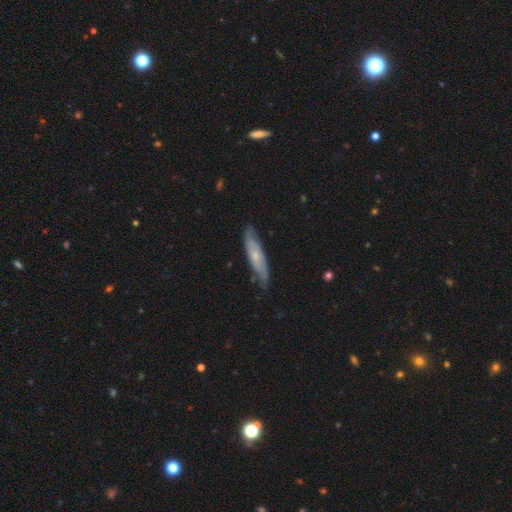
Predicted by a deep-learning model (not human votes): Q: Smooth or featured?
A: featured or disk (53%); runner-up: smooth (42%)
Q: Edge-on disk?
A: no (52%); runner-up: yes (48%)
Q: Merging?
A: none (76%); runner-up: minor disturbance (19%)